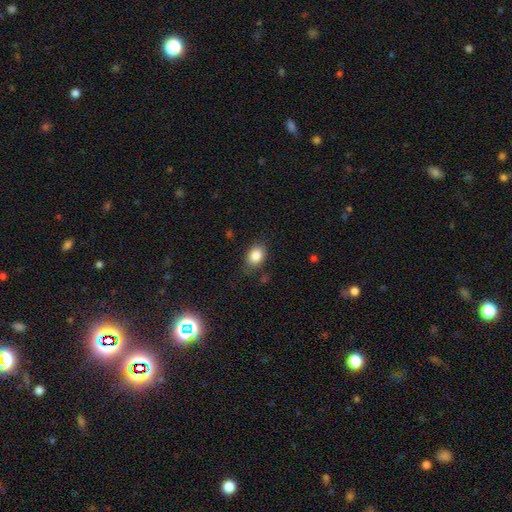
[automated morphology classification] This appears to be a smooth galaxy with no disk features (84%) that is in between round and cigar-shaped (71%). Merging: none (79%).